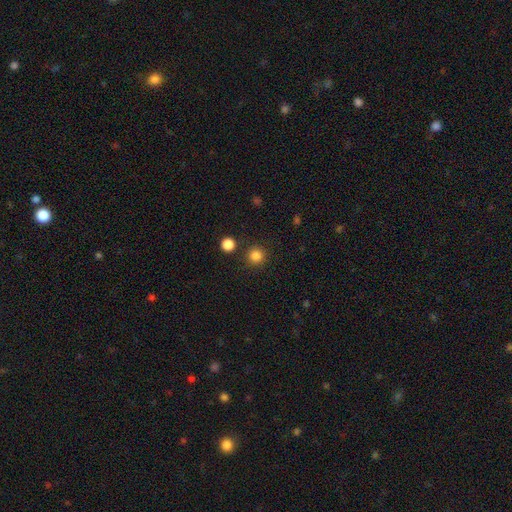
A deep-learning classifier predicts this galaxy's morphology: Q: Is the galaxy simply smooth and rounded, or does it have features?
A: smooth — 84%.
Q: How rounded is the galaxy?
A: round — 95%.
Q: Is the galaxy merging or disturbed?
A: none — 89%.